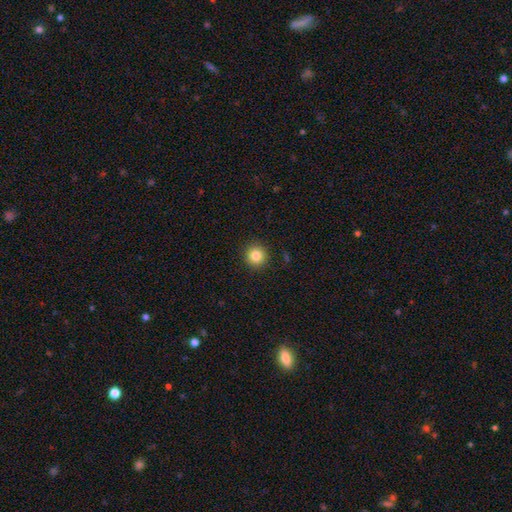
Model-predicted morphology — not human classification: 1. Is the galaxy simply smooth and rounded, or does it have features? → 84% smooth, 10% star or artifact, 6% featured or disk.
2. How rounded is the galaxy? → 95% round, 4% in between, 1% cigar-shaped.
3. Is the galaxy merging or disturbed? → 92% none, 5% minor disturbance, 2% major disturbance, 1% merger.